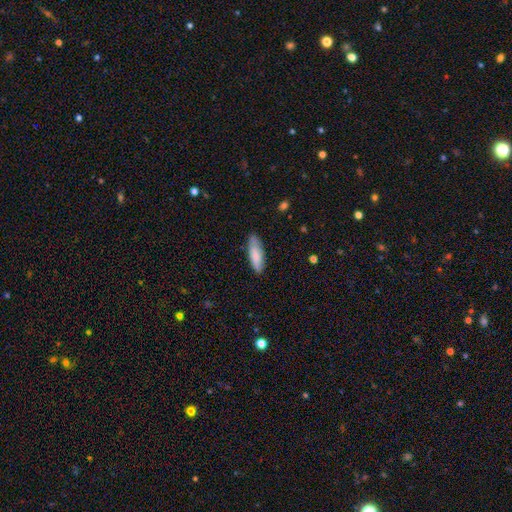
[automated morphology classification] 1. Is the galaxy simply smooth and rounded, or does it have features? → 82% smooth, 12% featured or disk, 5% star or artifact.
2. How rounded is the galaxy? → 50% cigar-shaped, 49% in between, 1% round.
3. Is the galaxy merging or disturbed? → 83% none, 14% minor disturbance, 2% major disturbance, 1% merger.